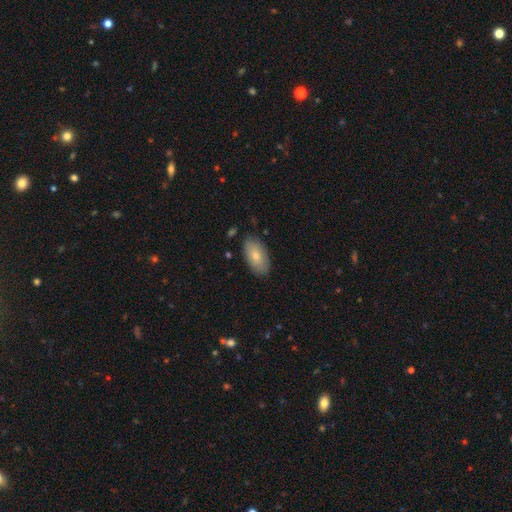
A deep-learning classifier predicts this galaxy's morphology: This is likely a smooth galaxy (77%). How rounded: clearly in between (94%). Merging: clearly none (83%).